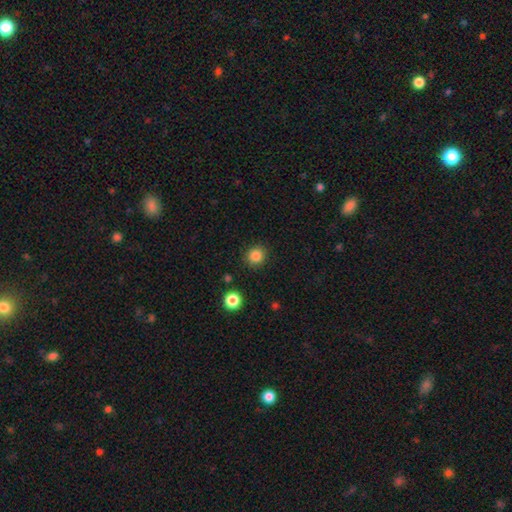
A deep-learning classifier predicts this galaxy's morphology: smooth 85%, star or artifact 11%, featured or disk 4%. Down the decision tree: how rounded — round (92%); merging — none (90%).